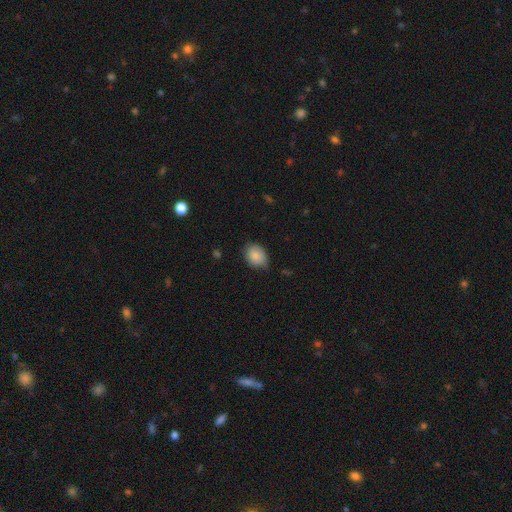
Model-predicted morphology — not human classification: A smooth galaxy with no disk features (86%) that is in between round and cigar-shaped (66%). Merging: none (69%).